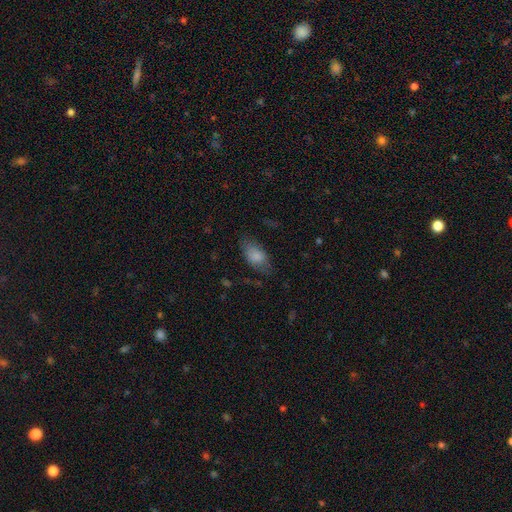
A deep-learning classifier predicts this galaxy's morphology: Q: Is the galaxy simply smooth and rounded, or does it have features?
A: smooth — 81%.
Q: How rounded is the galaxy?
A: in between — 91%.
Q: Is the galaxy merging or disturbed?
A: none — 65%.